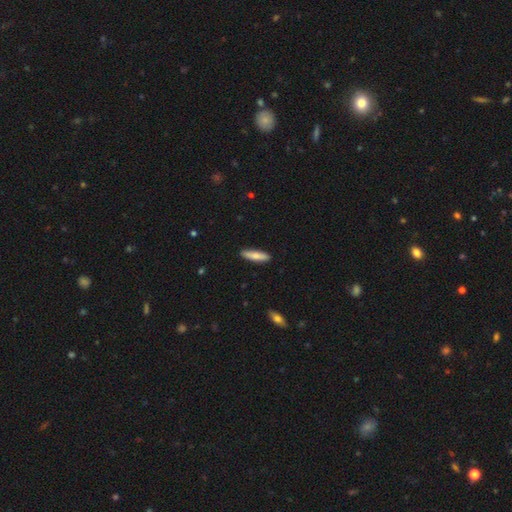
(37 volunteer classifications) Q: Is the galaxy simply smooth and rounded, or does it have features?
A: smooth — 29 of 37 (78%).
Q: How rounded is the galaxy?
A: cigar-shaped — 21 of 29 (72%).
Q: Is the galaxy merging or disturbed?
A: none — 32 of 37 (86%).